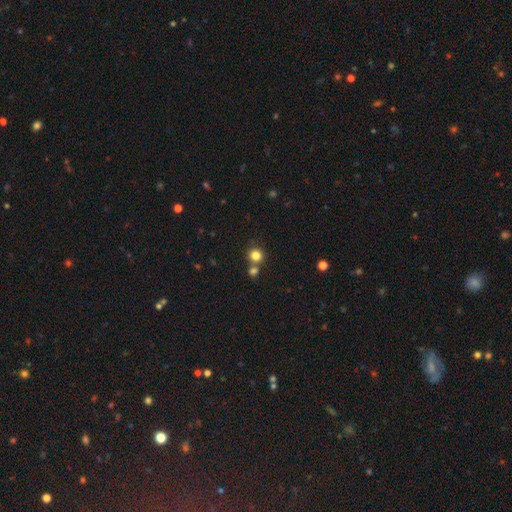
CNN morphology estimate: Overall: smooth (81%). How rounded: round (88%). Merging: none (66%).